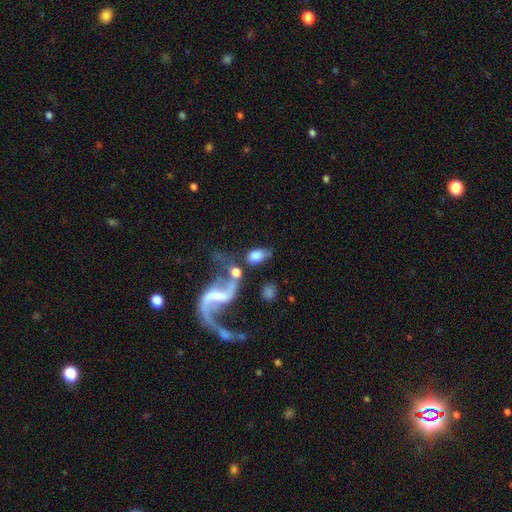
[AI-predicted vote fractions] smooth-or-featured: smooth: 63% | featured or disk: 29% | star or artifact: 9%
  how-rounded: in between: 83% | round: 13% | cigar-shaped: 4%
  merging: none: 37% | merger: 32% | minor disturbance: 16% | major disturbance: 15%